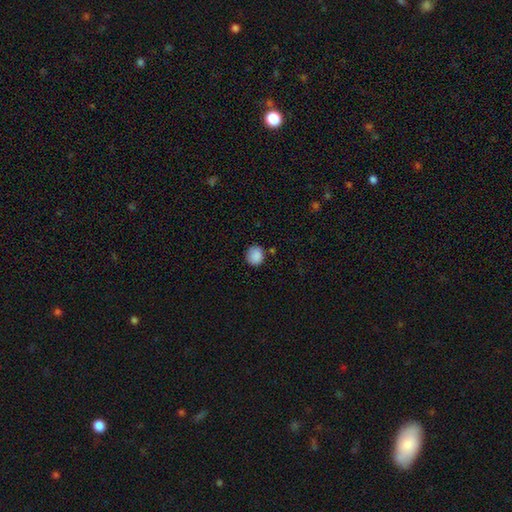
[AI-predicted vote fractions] Morphology: type=smooth (88%); roundness=round (83%); merging=none (77%).